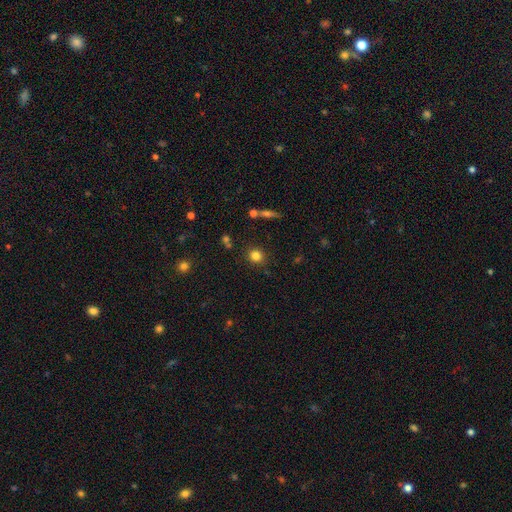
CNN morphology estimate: This is clearly a smooth galaxy (81%). How rounded: clearly round (85%). Merging: clearly none (86%).